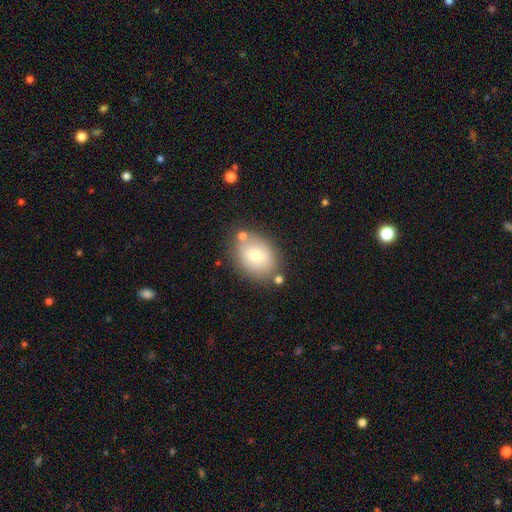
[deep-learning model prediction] smooth 69%, featured or disk 22%, star or artifact 9%. Down the decision tree: how rounded — in between (71%); merging — none (72%).